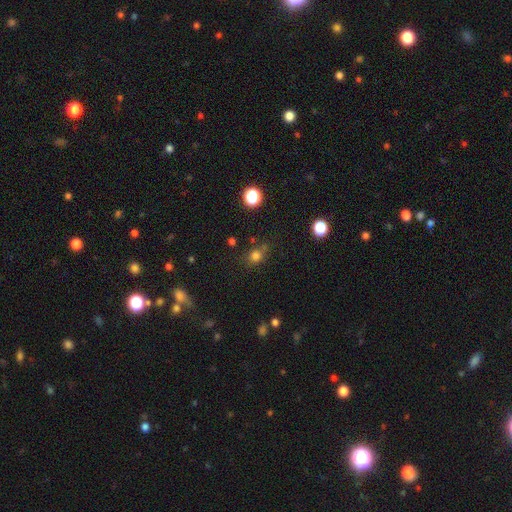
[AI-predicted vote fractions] Smooth or featured: smooth — 75% (star or artifact — 19%)
How rounded: round — 72% (in between — 27%)
Merging: none — 68% (minor disturbance — 18%)